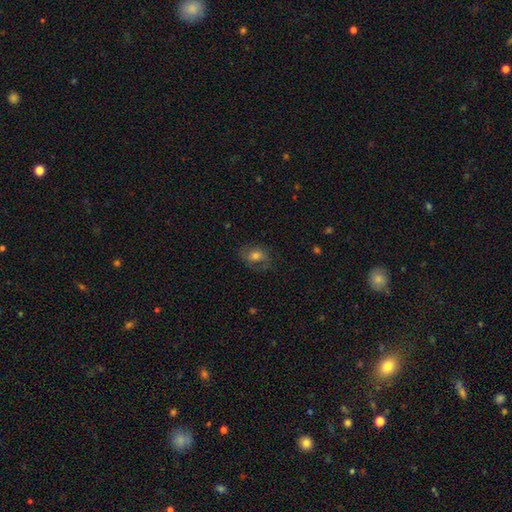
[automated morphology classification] Smooth or featured?
  - smooth: 57% *
  - featured or disk: 32%
  - star or artifact: 12%
How rounded?
  - in between: 68% *
  - round: 30%
  - cigar-shaped: 2%
Merging?
  - none: 66% *
  - minor disturbance: 21%
  - major disturbance: 12%
  - merger: 1%